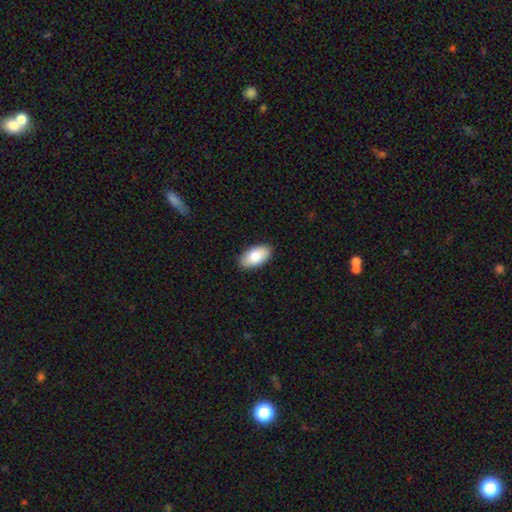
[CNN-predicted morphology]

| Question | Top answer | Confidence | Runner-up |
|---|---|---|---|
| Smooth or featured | smooth | 83% | featured or disk (11%) |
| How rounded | in between | 95% | round (3%) |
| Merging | none | 89% | minor disturbance (9%) |